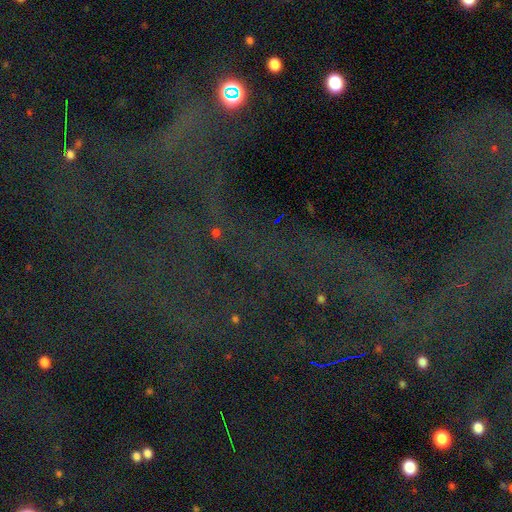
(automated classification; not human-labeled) Smooth or featured? Predicted: star or artifact (p=0.81).